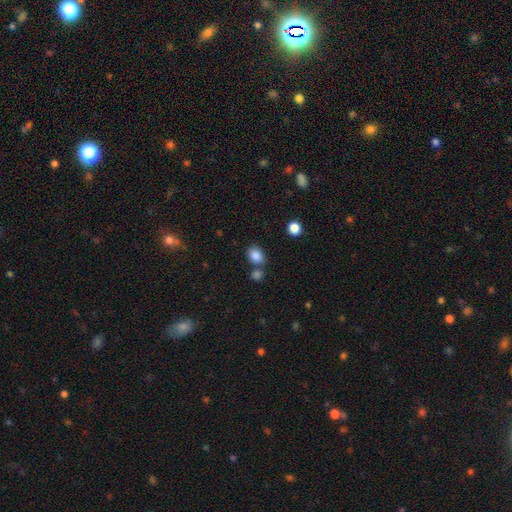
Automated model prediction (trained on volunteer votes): Morphology: type=smooth (85%); roundness=in between (67%); merging=none (66%).